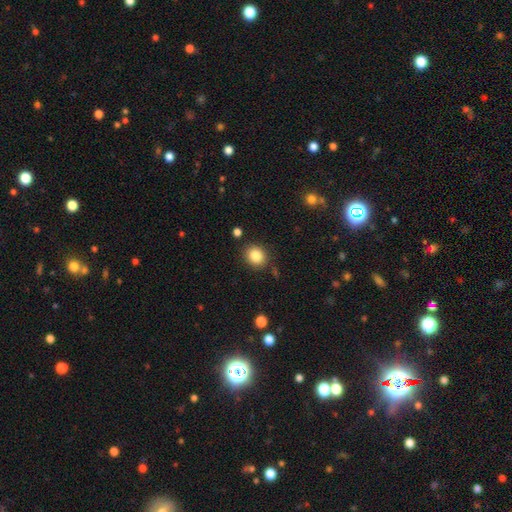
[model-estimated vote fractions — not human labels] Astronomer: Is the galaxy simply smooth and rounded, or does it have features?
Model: smooth — 85%.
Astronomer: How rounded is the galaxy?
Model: round — 66%.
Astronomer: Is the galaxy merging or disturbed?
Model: none — 84%.